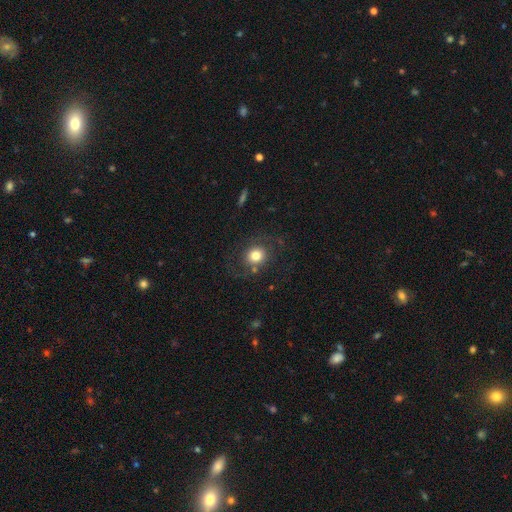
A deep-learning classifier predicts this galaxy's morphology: A smooth galaxy with no disk features (70%) that is round (78%). Merging: none (71%).